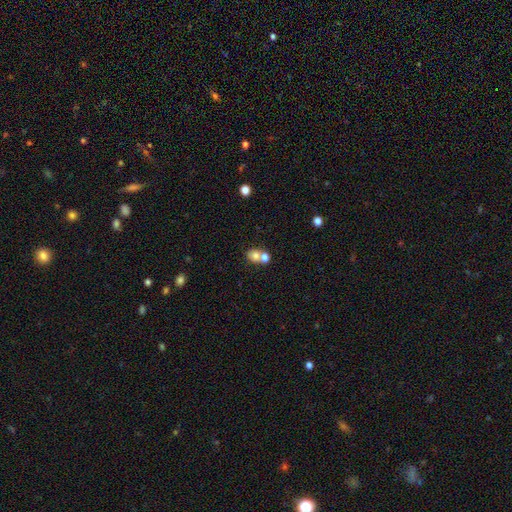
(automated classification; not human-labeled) smooth 72%, featured or disk 16%, star or artifact 12%. Down the decision tree: how rounded — round (62%); merging — merger (53%).